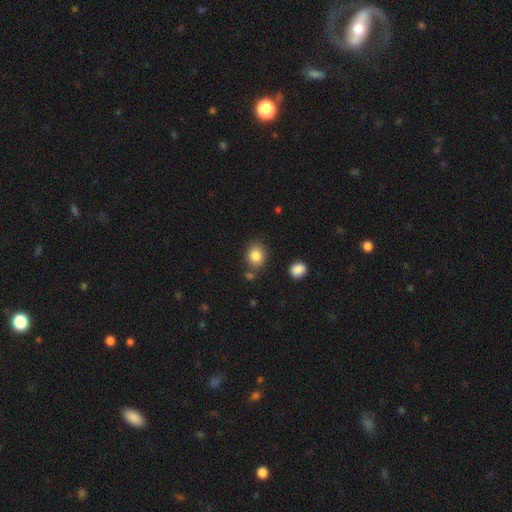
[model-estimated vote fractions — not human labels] A smooth galaxy with no disk features (84%) that is round (58%).

Vote fractions:
- Smooth or featured? smooth: 84% / star or artifact: 9% / featured or disk: 6%
- How rounded? round: 58% / in between: 41% / cigar-shaped: 1%
- Merging? none: 78% / minor disturbance: 11% / merger: 7% / major disturbance: 3%